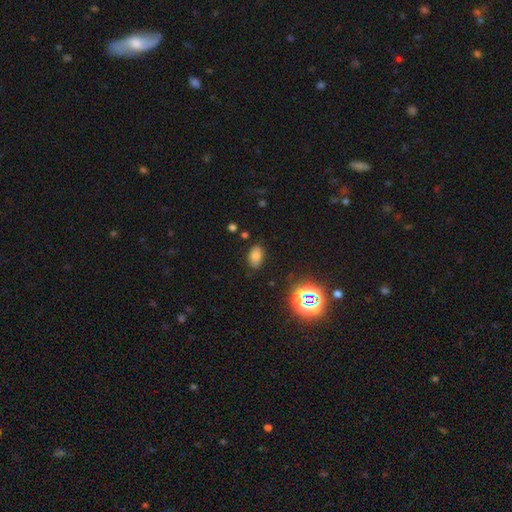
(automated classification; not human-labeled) Smooth or featured? Predicted: smooth (p=0.73). How rounded? Predicted: in between (p=0.90). Merging? Predicted: none (p=0.82).